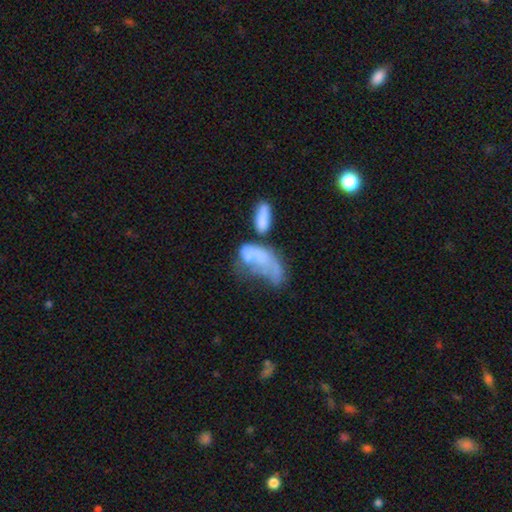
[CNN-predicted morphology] Q: Smooth or featured?
A: smooth (50%); runner-up: featured or disk (39%)
Q: How rounded?
A: in between (82%); runner-up: cigar-shaped (11%)
Q: Merging?
A: merger (38%); tied with: major disturbance (38%)